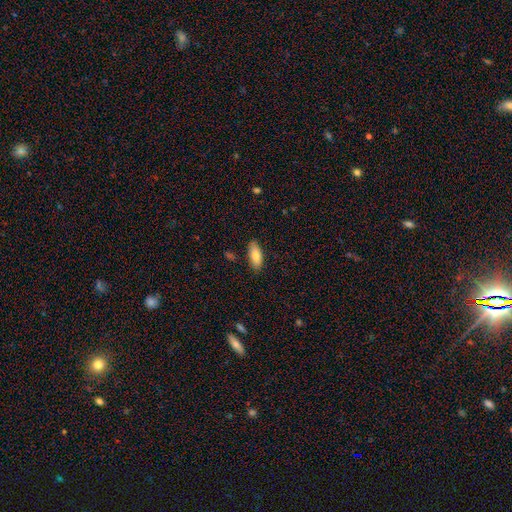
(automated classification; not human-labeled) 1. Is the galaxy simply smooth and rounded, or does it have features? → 79% smooth, 14% featured or disk, 7% star or artifact.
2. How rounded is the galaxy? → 80% in between, 18% cigar-shaped, 2% round.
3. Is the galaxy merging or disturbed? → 86% none, 11% minor disturbance, 2% major disturbance, 2% merger.